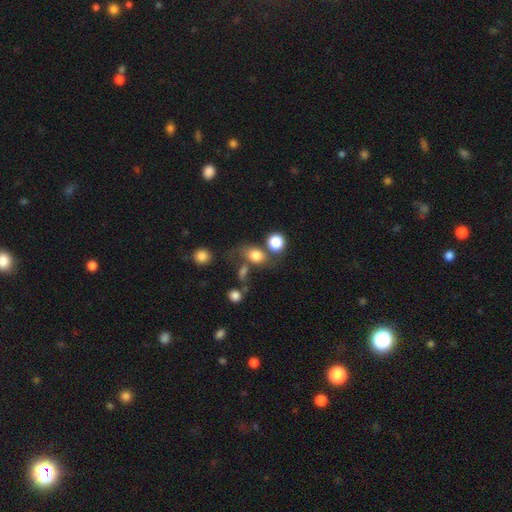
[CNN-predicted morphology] type=smooth (77%); roundness=in between (56%); merging=none (46%).